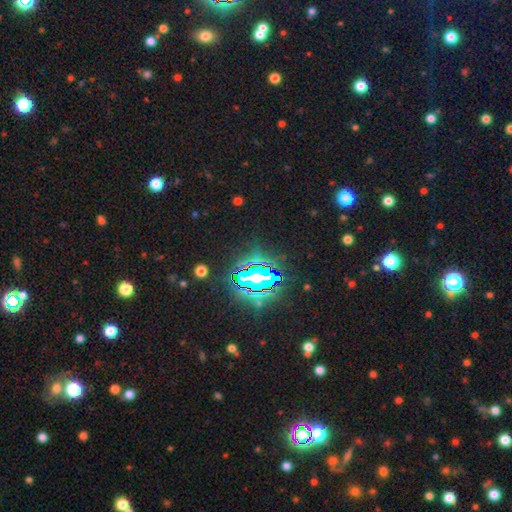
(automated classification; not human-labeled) Morphology: type=star or artifact (80%).